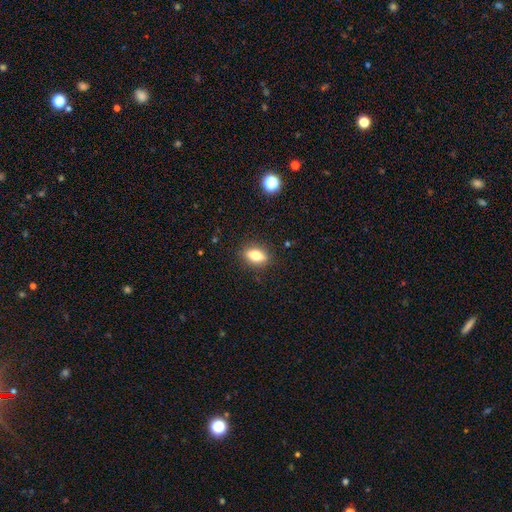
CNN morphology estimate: smooth_or_featured: smooth (p=0.71) [alt: featured or disk p=0.20]
how_rounded: in between (p=0.76) [alt: cigar-shaped p=0.13]
merging: none (p=0.87) [alt: minor disturbance p=0.10]